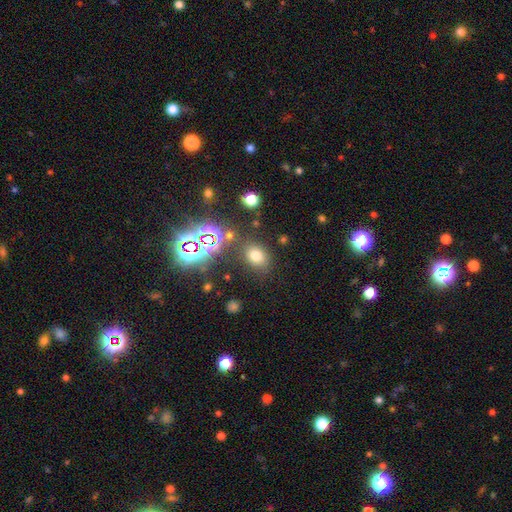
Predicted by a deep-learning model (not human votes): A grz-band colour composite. It shows a smooth galaxy with no disk features (68%) that is in between round and cigar-shaped (57%). Merging: none (79%).